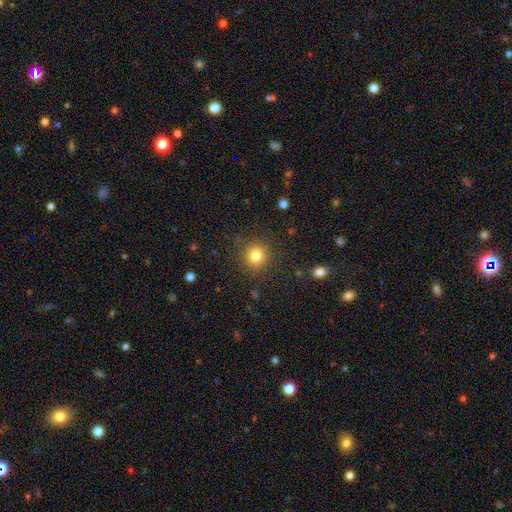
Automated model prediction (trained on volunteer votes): This is clearly a smooth galaxy (81%). How rounded: clearly round (90%). Merging: clearly none (87%).